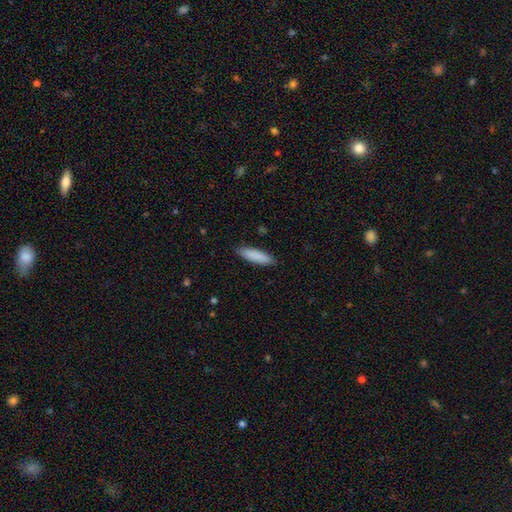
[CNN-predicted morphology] A smooth galaxy with no disk features (87%) that is cigar-shaped (66%). Merging: none (88%).